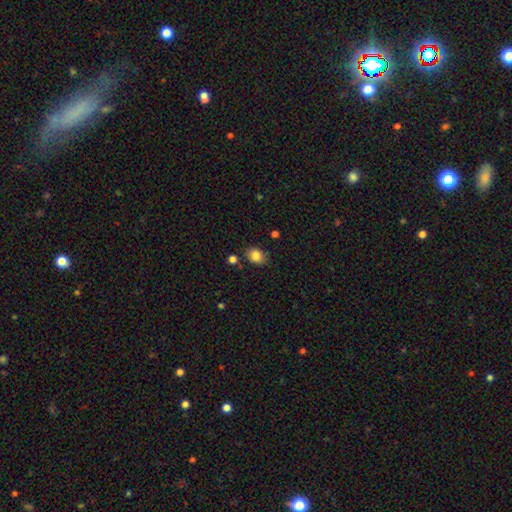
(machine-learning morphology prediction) smooth 85%, star or artifact 10%, featured or disk 6%. Down the decision tree: how rounded — in between (61%); merging — none (77%).